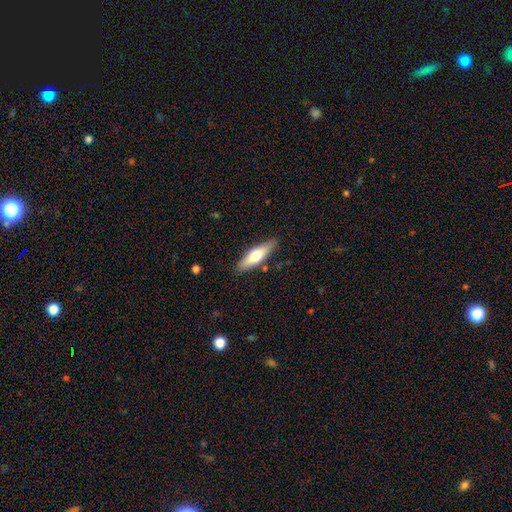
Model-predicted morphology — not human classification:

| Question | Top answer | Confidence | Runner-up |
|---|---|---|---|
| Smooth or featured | smooth | 61% | featured or disk (34%) |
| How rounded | cigar-shaped | 56% | in between (43%) |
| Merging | none | 84% | minor disturbance (12%) |